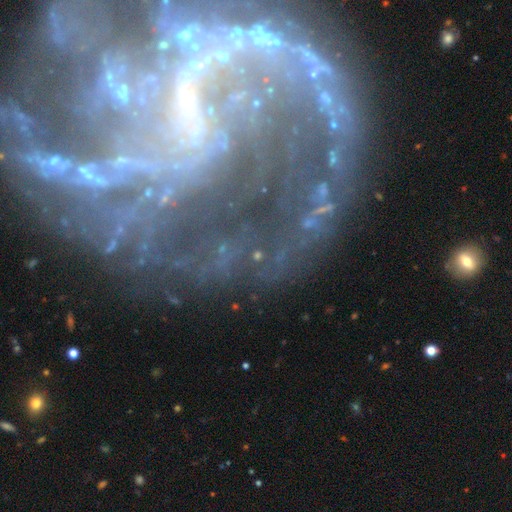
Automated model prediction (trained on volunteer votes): Smooth or featured?
  - featured or disk: 82% *
  - star or artifact: 12%
  - smooth: 6%
Edge-on disk?
  - no: 97% *
  - yes: 3%
Bar?
  - strong: 36% *
  - weak: 35%
  - no: 28%
Spiral arms?
  - yes: 88% *
  - no: 12%
Spiral winding?
  - medium: 38% *
  - loose: 32%
  - tight: 30%
Spiral arm count?
  - 2: 35% *
  - can't tell: 22%
  - 3: 14%
  - 4: 10%
  - 1: 10%
  - more than 4: 9%
Bulge size?
  - small: 55% *
  - none: 28%
  - moderate: 14%
  - large: 3%
  - dominant: 2%
Merging?
  - none: 56% *
  - major disturbance: 24%
  - minor disturbance: 16%
  - merger: 4%